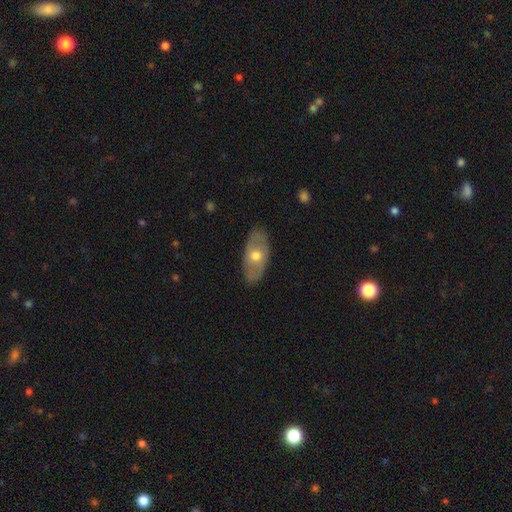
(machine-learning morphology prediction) Smooth or featured: featured or disk — 51% (smooth — 42%)
Edge-on disk: no — 78% (yes — 22%)
Merging: none — 85% (minor disturbance — 11%)